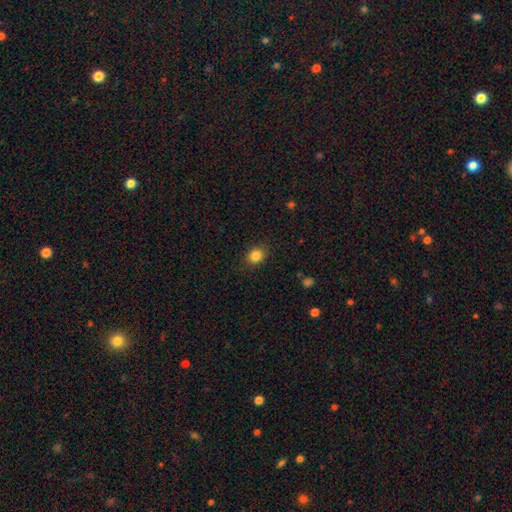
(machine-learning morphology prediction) Smooth or featured? smooth (84%)
How rounded? round (64%)
Merging? none (87%)